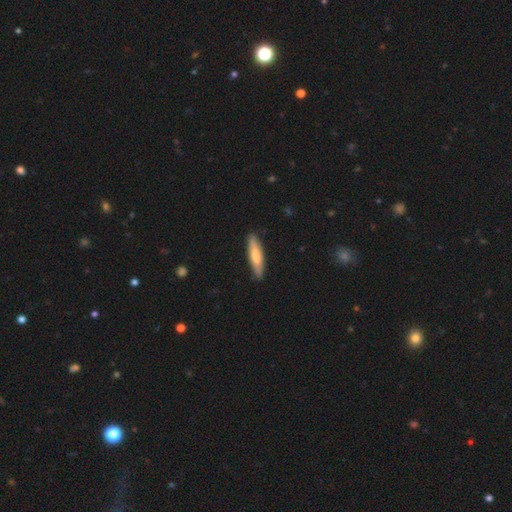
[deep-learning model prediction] Morphology: type=smooth (70%); roundness=cigar-shaped (76%); merging=none (86%).